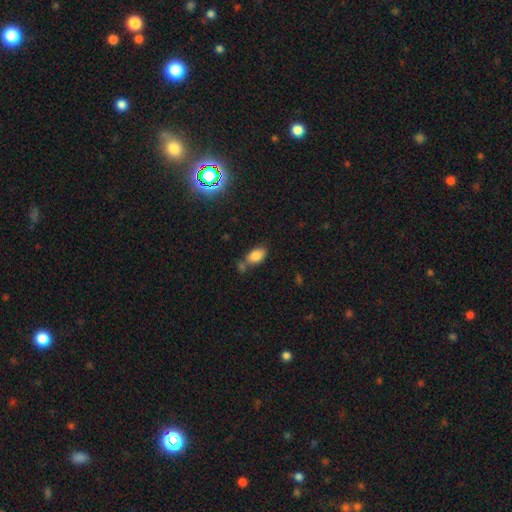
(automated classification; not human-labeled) Overall: smooth (83%). How rounded: in between (91%). Merging: none (56%; merger 24%).